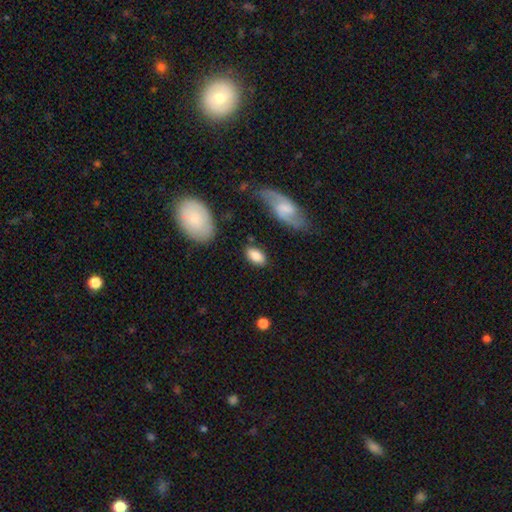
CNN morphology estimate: Q: Smooth or featured?
A: smooth (81%); runner-up: featured or disk (13%)
Q: How rounded?
A: in between (93%); runner-up: round (4%)
Q: Merging?
A: none (78%); runner-up: minor disturbance (15%)